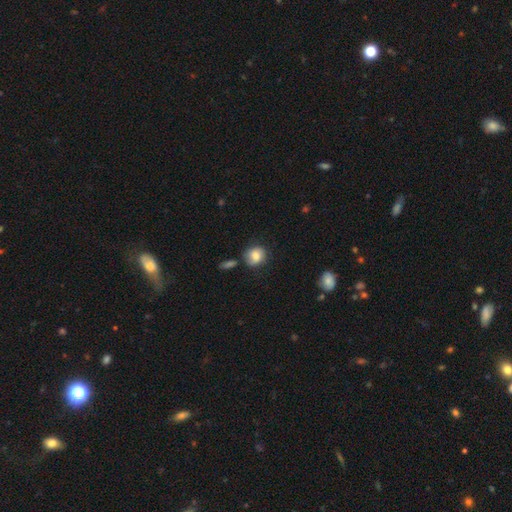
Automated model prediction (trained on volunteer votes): smooth_or_featured: smooth (p=0.74) [alt: featured or disk p=0.18]
how_rounded: round (p=0.70) [alt: in between p=0.29]
merging: none (p=0.65) [alt: minor disturbance p=0.22]